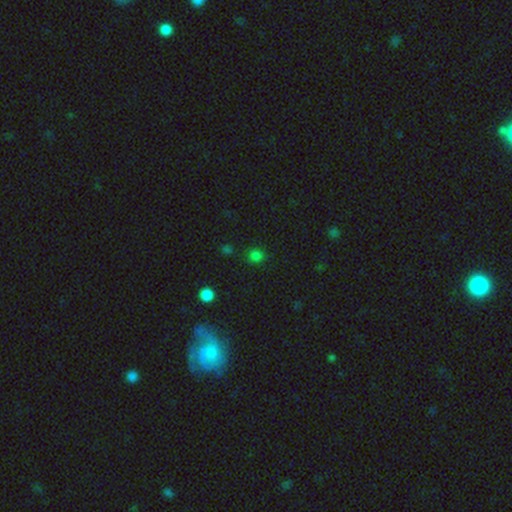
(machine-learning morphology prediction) smooth_or_featured: smooth (p=0.74) [alt: star or artifact p=0.22]
how_rounded: round (p=0.83) [alt: in between p=0.16]
merging: none (p=0.83) [alt: minor disturbance p=0.11]